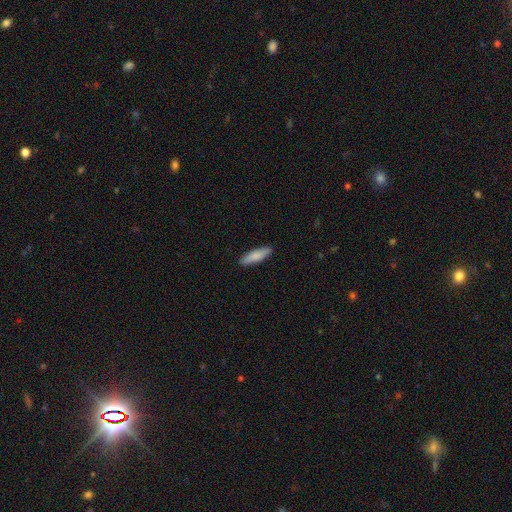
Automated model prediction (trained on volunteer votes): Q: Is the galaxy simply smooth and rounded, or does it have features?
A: smooth — 84%.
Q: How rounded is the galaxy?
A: cigar-shaped — 66%.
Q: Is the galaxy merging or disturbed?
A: none — 90%.